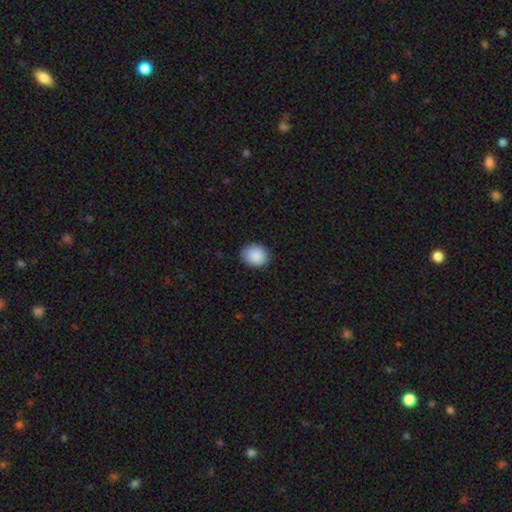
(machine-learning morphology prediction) A smooth galaxy with no disk features (90%) that is round (60%).

Vote fractions:
- Smooth or featured? smooth: 90% / star or artifact: 7% / featured or disk: 3%
- How rounded? round: 60% / in between: 39% / cigar-shaped: 1%
- Merging? none: 86% / minor disturbance: 11% / major disturbance: 2% / merger: 1%